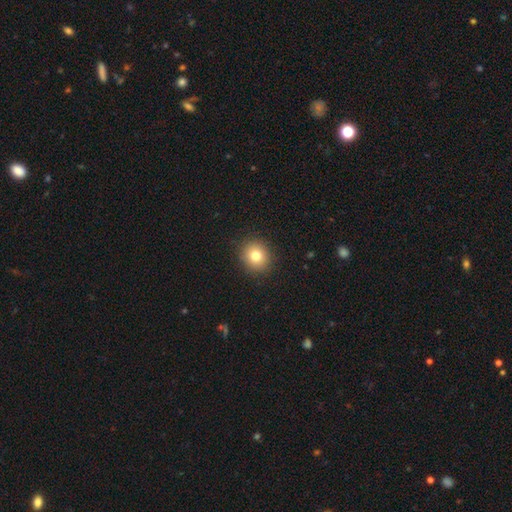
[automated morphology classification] smooth 80%, star or artifact 11%, featured or disk 9%. Down the decision tree: how rounded — round (85%); merging — none (91%).